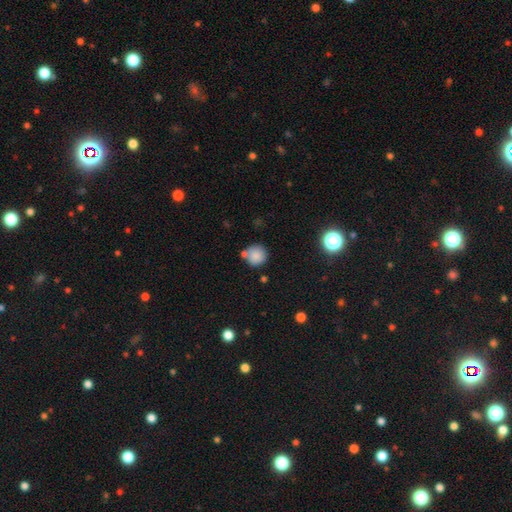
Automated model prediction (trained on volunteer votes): This appears to be a smooth galaxy with no disk features (84%) that is round (92%). Merging: none (66%).